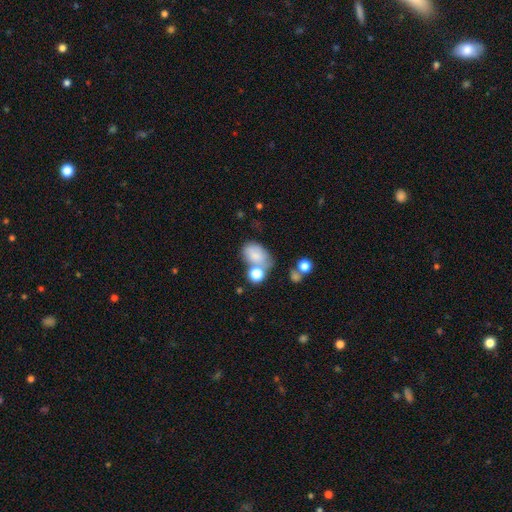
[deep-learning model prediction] smooth 72%, featured or disk 17%, star or artifact 11%. Down the decision tree: how rounded — in between (79%); merging — none (39%).